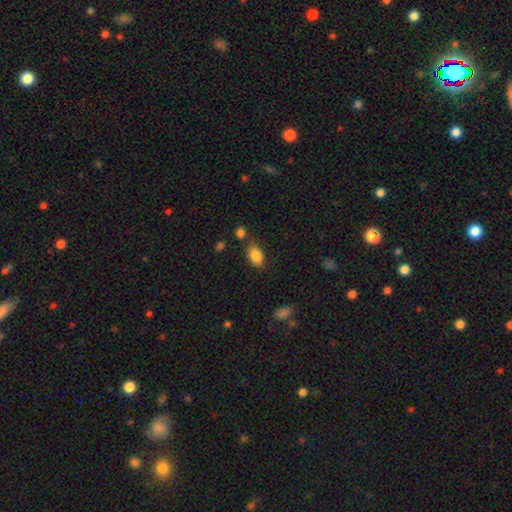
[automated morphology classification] The model was most divided on "merging": none: 75%, minor disturbance: 15%, merger: 6%, major disturbance: 4%. More confident: how rounded — in between (90%); smooth or featured — smooth (86%).